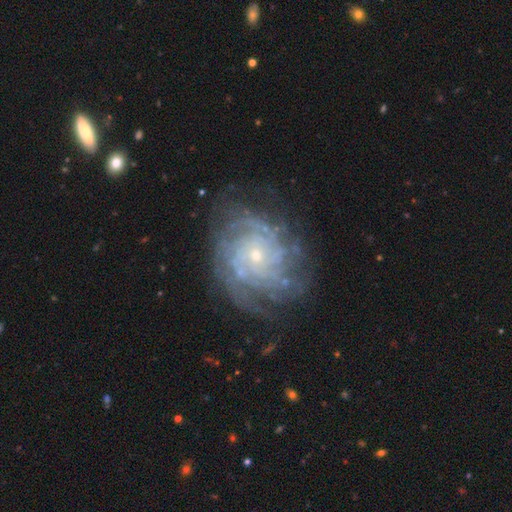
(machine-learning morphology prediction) Smooth or featured?
  - featured or disk: 87% *
  - star or artifact: 7%
  - smooth: 6%
Edge-on disk?
  - no: 97% *
  - yes: 3%
Bar?
  - no: 78% *
  - weak: 18%
  - strong: 4%
Spiral arms?
  - yes: 96% *
  - no: 4%
Spiral winding?
  - tight: 73% *
  - medium: 22%
  - loose: 5%
Spiral arm count?
  - can't tell: 34% *
  - more than 4: 21%
  - 4: 19%
  - 3: 10%
  - 2: 9%
  - 1: 7%
Bulge size?
  - small: 77% *
  - moderate: 20%
  - none: 2%
  - large: 1%
  - dominant: 1%
Merging?
  - none: 72% *
  - minor disturbance: 17%
  - major disturbance: 9%
  - merger: 2%